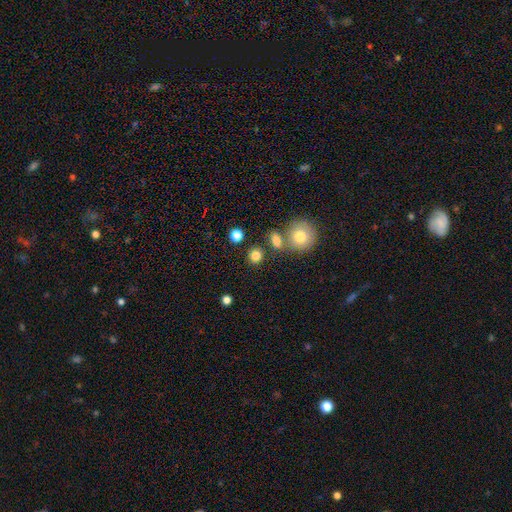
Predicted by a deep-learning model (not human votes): A smooth galaxy with no disk features (81%) that is round (82%). Merging: none (75%).